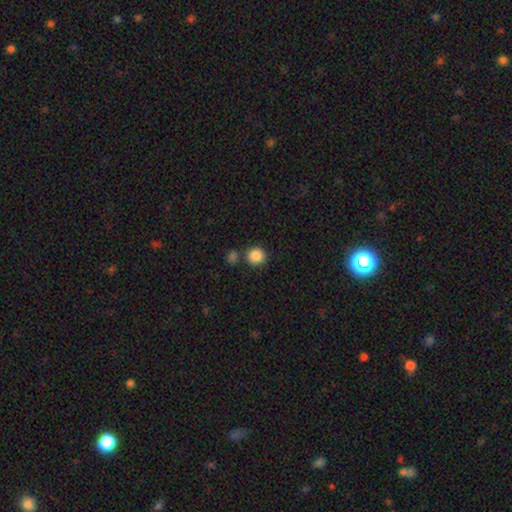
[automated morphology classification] Smooth or featured? Predicted: smooth (p=0.87). How rounded? Predicted: round (p=0.89). Merging? Predicted: none (p=0.77).